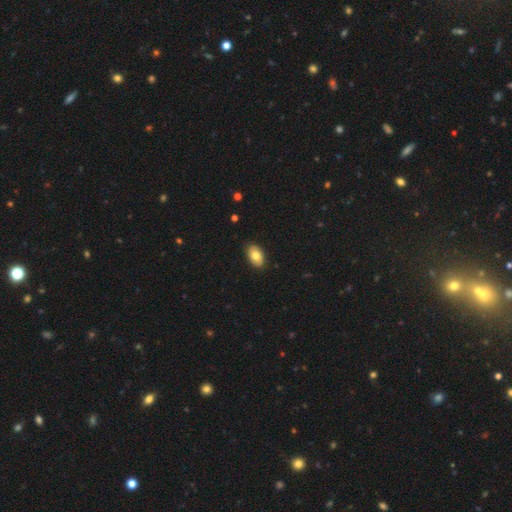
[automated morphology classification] A smooth galaxy with no disk features (80%) that is in between round and cigar-shaped (91%). Merging: none (88%).